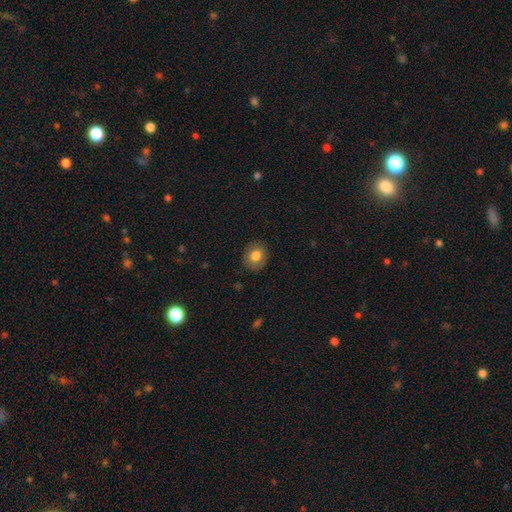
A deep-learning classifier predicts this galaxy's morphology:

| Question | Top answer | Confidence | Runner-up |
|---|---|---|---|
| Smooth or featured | smooth | 79% | featured or disk (12%) |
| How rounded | round | 69% | in between (30%) |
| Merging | none | 87% | minor disturbance (9%) |